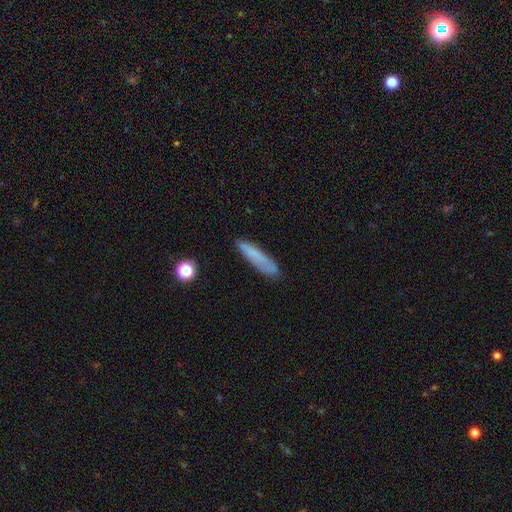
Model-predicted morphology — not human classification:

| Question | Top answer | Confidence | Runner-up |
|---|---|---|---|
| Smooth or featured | smooth | 68% | featured or disk (23%) |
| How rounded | cigar-shaped | 84% | in between (15%) |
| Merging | none | 77% | minor disturbance (17%) |